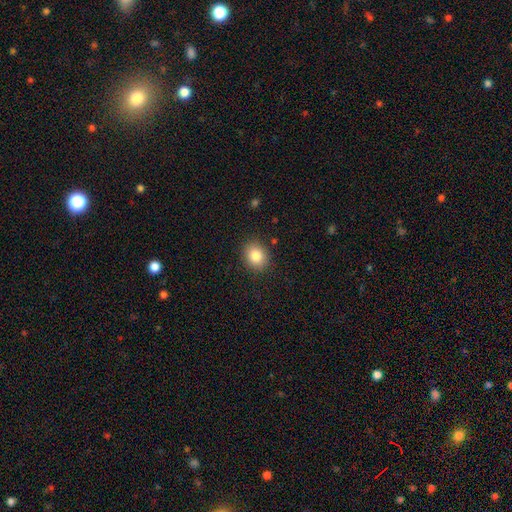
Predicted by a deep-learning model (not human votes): Overall: smooth (84%). How rounded: round (60%; in between 39%). Merging: none (87%).